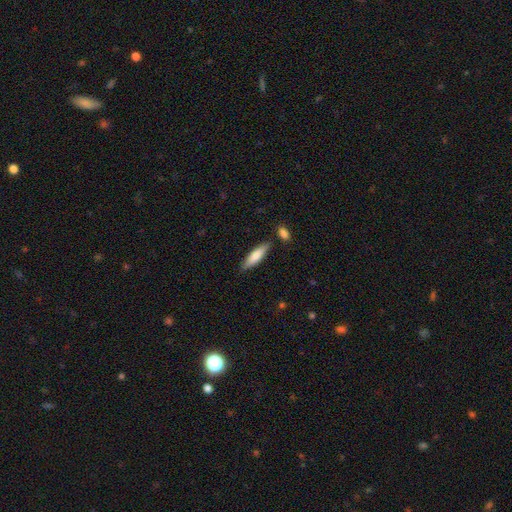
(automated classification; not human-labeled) This appears to be a smooth galaxy with no disk features (77%) that is cigar-shaped (66%). Merging: none (81%).